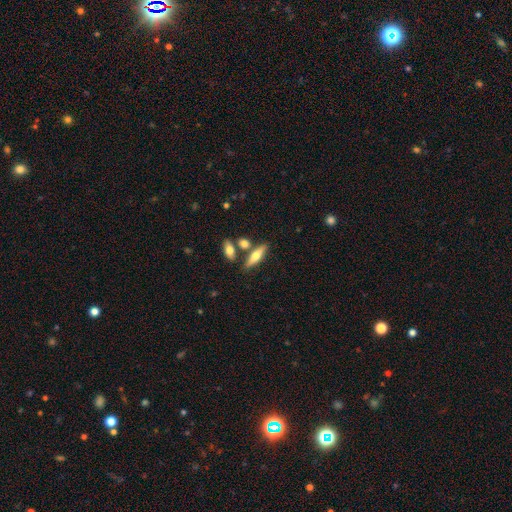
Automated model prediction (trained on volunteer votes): A smooth galaxy with no disk features (55%) that is cigar-shaped (57%).

Vote fractions:
- Smooth or featured? smooth: 55% / featured or disk: 39% / star or artifact: 7%
- How rounded? cigar-shaped: 57% / in between: 39% / round: 4%
- Merging? none: 69% / merger: 17% / minor disturbance: 11% / major disturbance: 3%